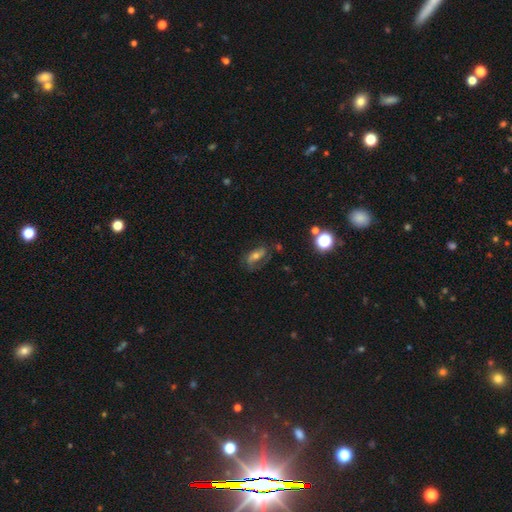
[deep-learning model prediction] The model was most divided on "bar": no: 44%, weak: 30%, strong: 26%. More confident: edge-on disk — no (89%); spiral arms — yes (79%); merging — none (62%); smooth or featured — featured or disk (59%); bulge size — moderate (58%).